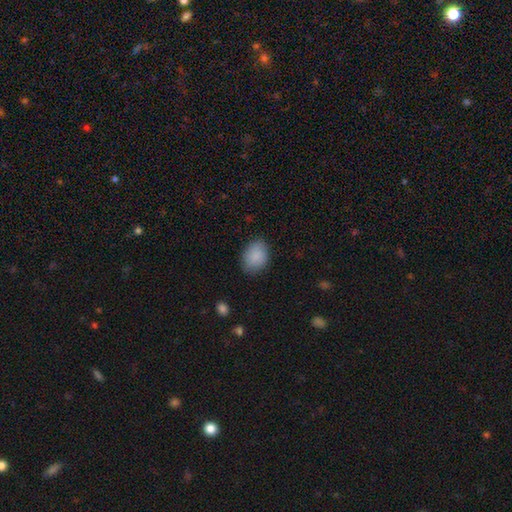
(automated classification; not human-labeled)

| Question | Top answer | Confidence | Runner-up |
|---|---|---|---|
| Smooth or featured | smooth | 88% | star or artifact (7%) |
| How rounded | in between | 67% | round (32%) |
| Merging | none | 82% | minor disturbance (14%) |